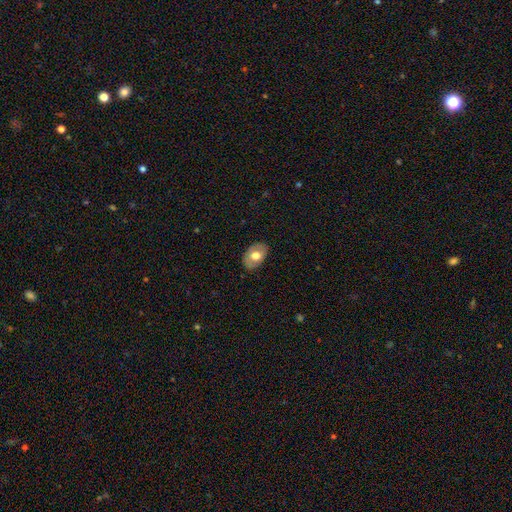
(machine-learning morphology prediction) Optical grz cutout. It shows a smooth galaxy with no disk features (62%) that is in between round and cigar-shaped (83%). Merging: none (83%).